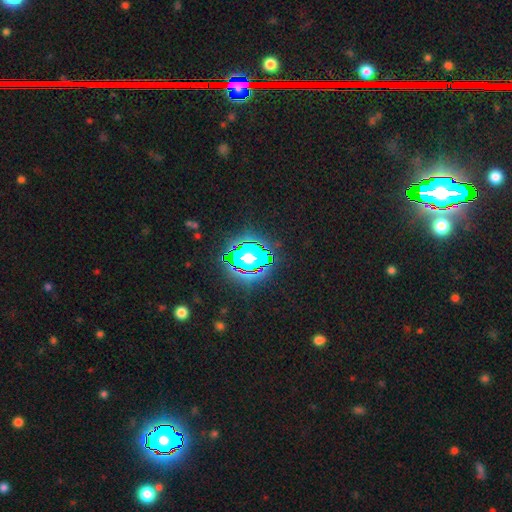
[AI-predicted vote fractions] The model was most divided on "smooth or featured": star or artifact: 79%, smooth: 12%, featured or disk: 9%.